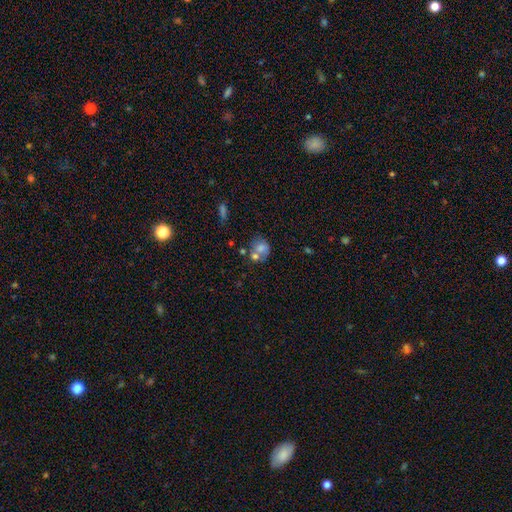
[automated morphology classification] smooth-or-featured: smooth: 63% | featured or disk: 25% | star or artifact: 12%
  how-rounded: round: 69% | in between: 30% | cigar-shaped: 1%
  merging: merger: 39% | none: 38% | minor disturbance: 15% | major disturbance: 8%